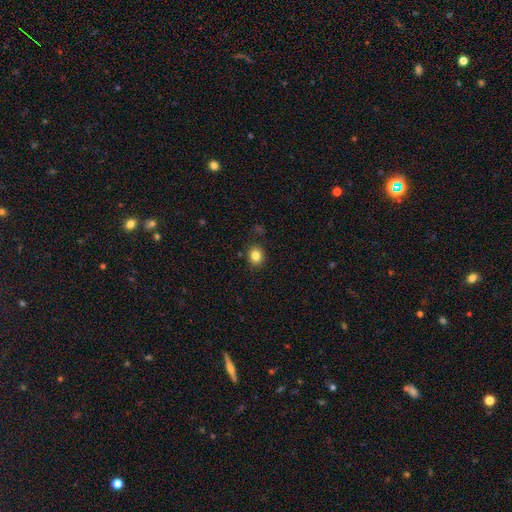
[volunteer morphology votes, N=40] A smooth galaxy with no disk features (85%) that is round (82%).

Vote fractions:
- Smooth or featured? smooth: 85% / featured or disk: 10% / star or artifact: 5%
- How rounded? round: 82% / in between: 18% / cigar-shaped: 0%
- Merging? none: 89% / minor disturbance: 8% / merger: 3% / major disturbance: 0%